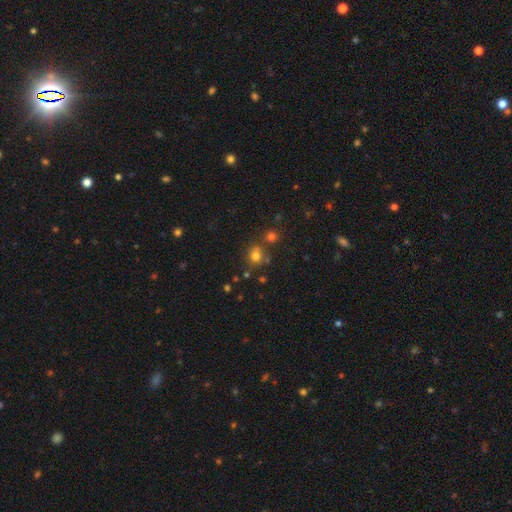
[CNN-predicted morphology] type=smooth (74%); roundness=round (80%); merging=none (70%).